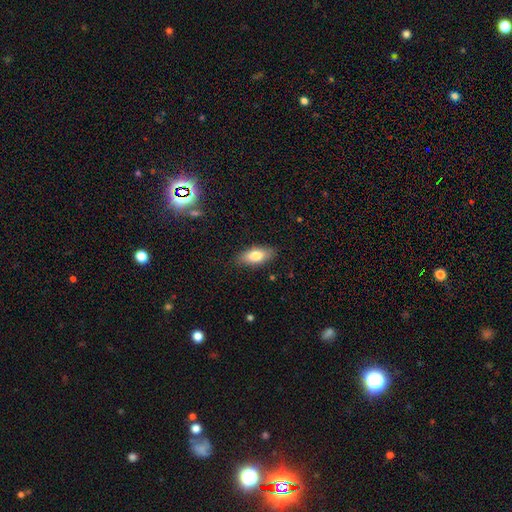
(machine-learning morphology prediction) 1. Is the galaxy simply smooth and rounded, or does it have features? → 77% smooth, 17% featured or disk, 7% star or artifact.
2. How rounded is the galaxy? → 81% in between, 15% cigar-shaped, 3% round.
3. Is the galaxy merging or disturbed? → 85% none, 11% minor disturbance, 2% major disturbance, 1% merger.